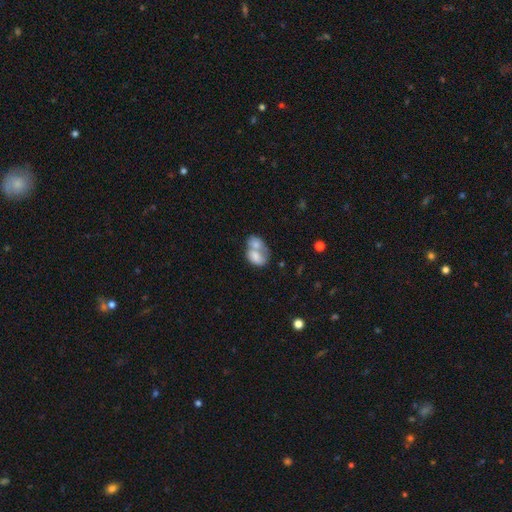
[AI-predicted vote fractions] Overall: smooth (69%). How rounded: in between (76%). Merging: merger (73%).